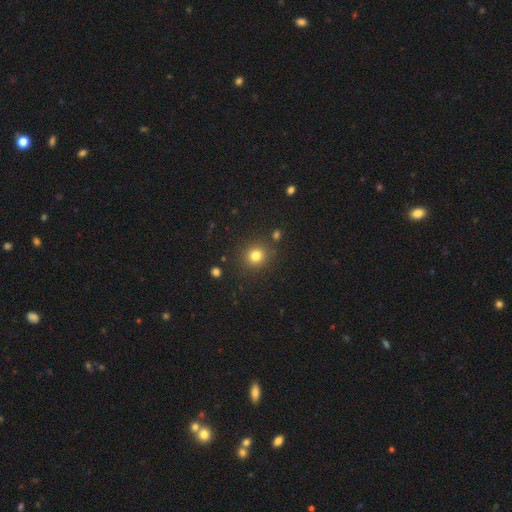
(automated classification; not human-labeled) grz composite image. It shows a smooth galaxy with no disk features (80%) that is round (88%). Merging: none (86%).